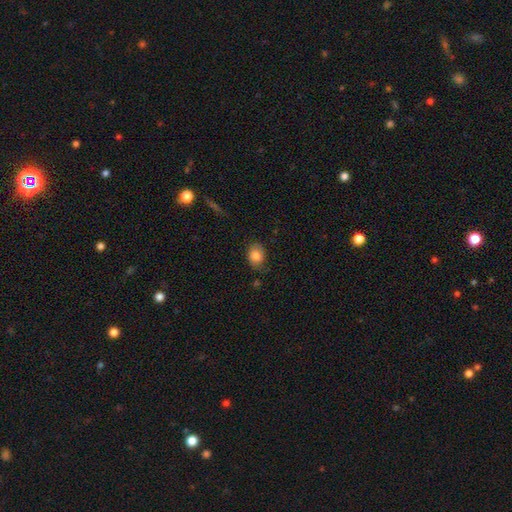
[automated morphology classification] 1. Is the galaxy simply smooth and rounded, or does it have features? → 83% smooth, 9% featured or disk, 8% star or artifact.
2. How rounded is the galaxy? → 60% in between, 39% round, 1% cigar-shaped.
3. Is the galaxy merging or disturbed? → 68% none, 24% minor disturbance, 6% major disturbance, 2% merger.